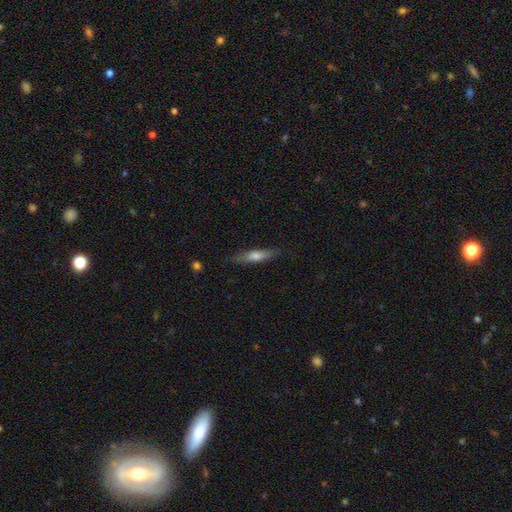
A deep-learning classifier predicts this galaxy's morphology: Overall: smooth (49%; featured or disk 44%). Merging: none (86%).